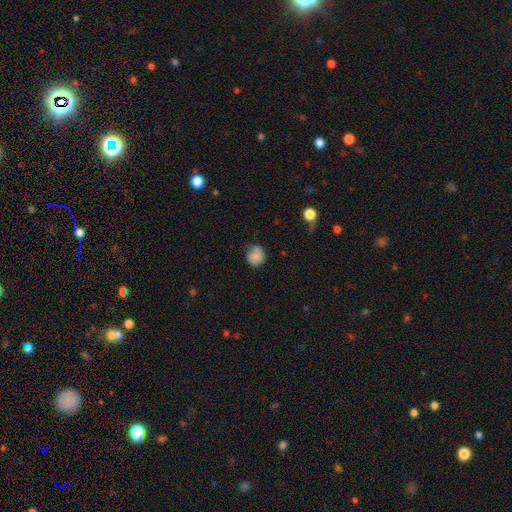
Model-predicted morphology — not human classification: The model was most divided on "merging": none: 67%, minor disturbance: 25%, major disturbance: 6%, merger: 3%. More confident: how rounded — round (83%); smooth or featured — smooth (78%).